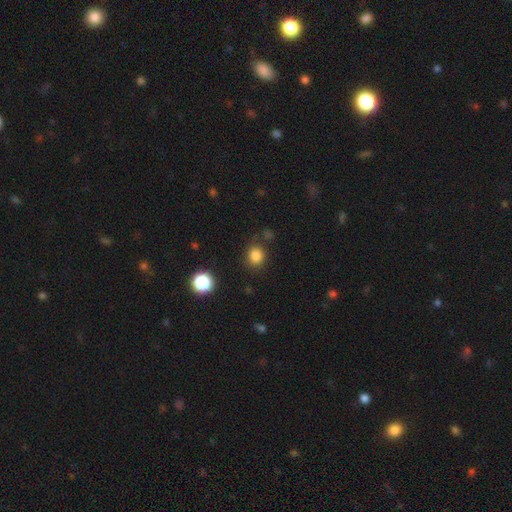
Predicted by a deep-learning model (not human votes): Q: Smooth or featured?
A: smooth (84%); runner-up: star or artifact (12%)
Q: How rounded?
A: round (77%); runner-up: in between (23%)
Q: Merging?
A: none (79%); runner-up: minor disturbance (13%)